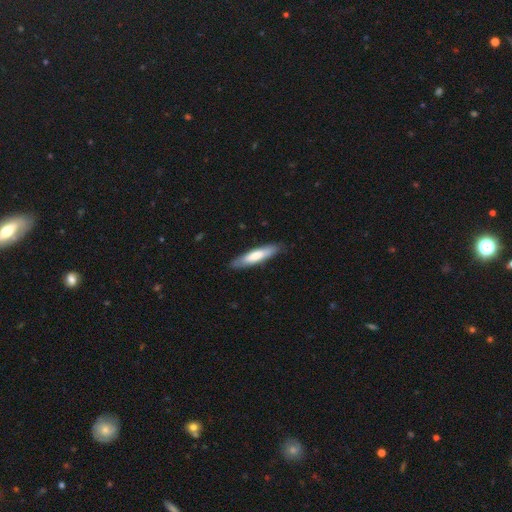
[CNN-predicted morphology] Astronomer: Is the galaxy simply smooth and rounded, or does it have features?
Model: smooth — 64%.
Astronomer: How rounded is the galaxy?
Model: cigar-shaped — 78%.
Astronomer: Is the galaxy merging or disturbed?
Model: none — 85%.